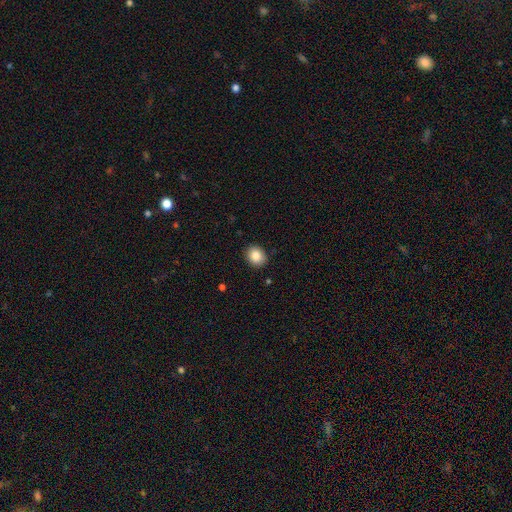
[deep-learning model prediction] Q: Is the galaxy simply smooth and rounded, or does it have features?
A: smooth — 85%.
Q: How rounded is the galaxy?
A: round — 67%.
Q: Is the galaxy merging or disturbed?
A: none — 89%.